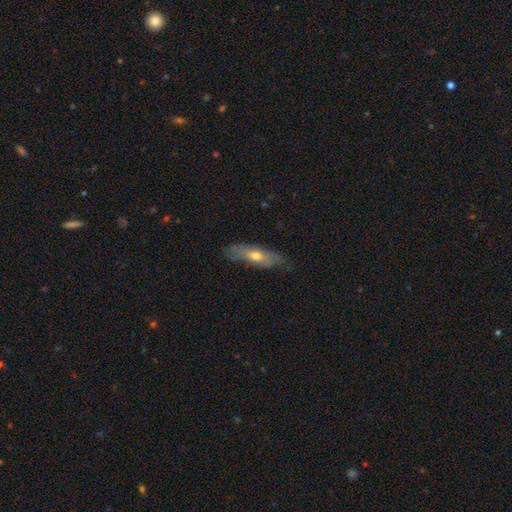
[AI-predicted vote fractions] This is possibly a featured or disk galaxy (51%). It is possibly viewed edge-on (54%). Merging: likely none (75%).